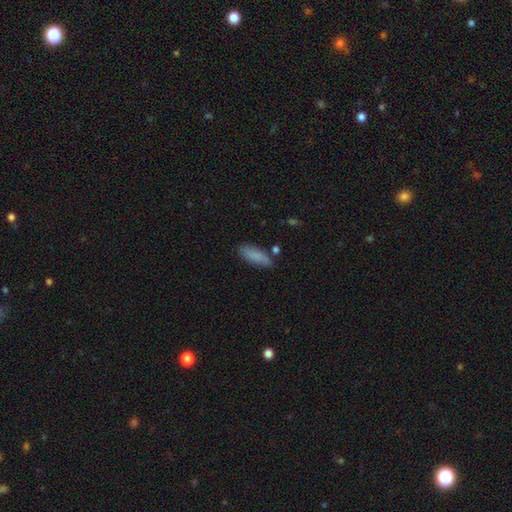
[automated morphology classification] Smooth or featured? Predicted: smooth (p=0.84). How rounded? Predicted: in between (p=0.62). Merging? Predicted: none (p=0.76).